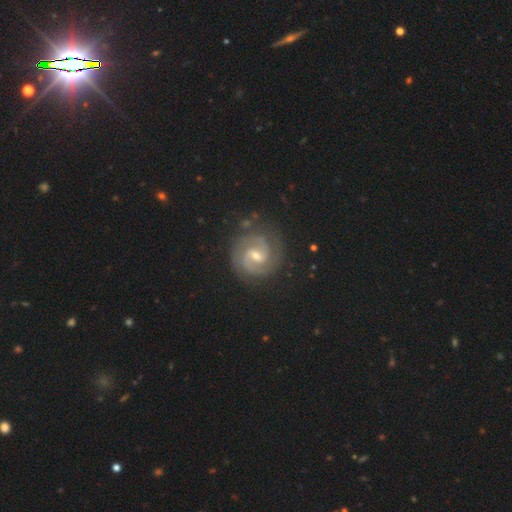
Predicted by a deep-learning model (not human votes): Smooth or featured? featured or disk (88%)
Edge-on disk? no (98%)
Bar? weak (58%)
Spiral arms? yes (98%)
Spiral winding? tight (52%)
Spiral arm count? 2 (87%)
Bulge size? moderate (49%)
Merging? none (83%)